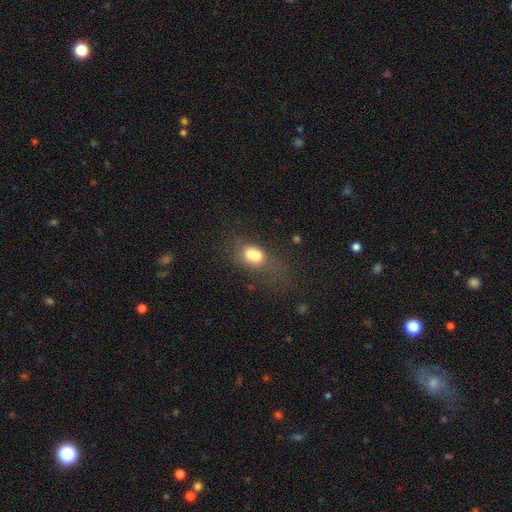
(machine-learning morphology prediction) The model was most divided on "merging" (2-way tie): none: 30%, major disturbance: 30%, minor disturbance: 24%, merger: 16%. More confident: how rounded — in between (78%); smooth or featured — smooth (72%).